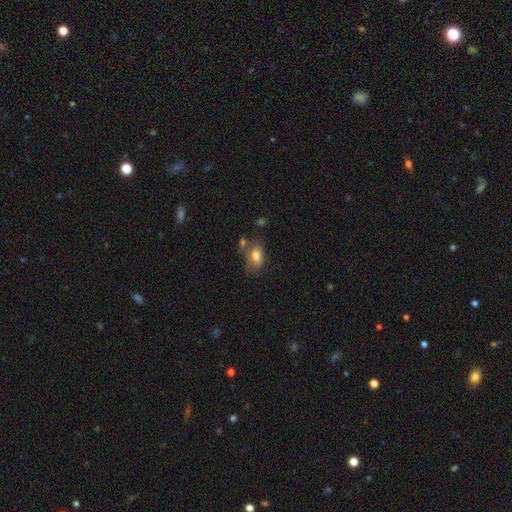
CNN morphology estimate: Overall: smooth (77%). How rounded: in between (87%). Merging: none (51%; minor disturbance 24%).